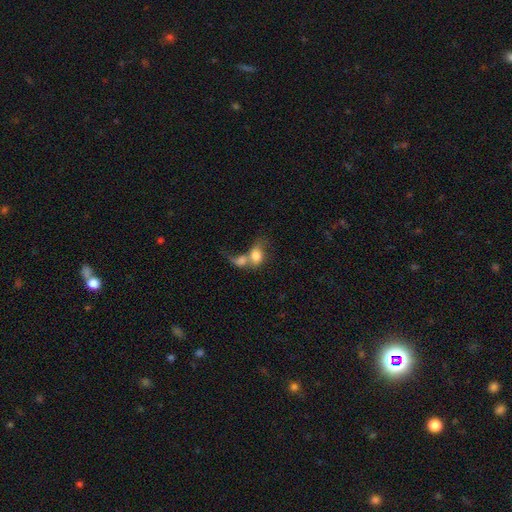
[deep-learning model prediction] A smooth galaxy with no disk features (69%) that is in between round and cigar-shaped (67%).

Vote fractions:
- Smooth or featured? smooth: 69% / featured or disk: 22% / star or artifact: 9%
- How rounded? in between: 67% / round: 31% / cigar-shaped: 2%
- Merging? merger: 75% / major disturbance: 11% / none: 9% / minor disturbance: 5%